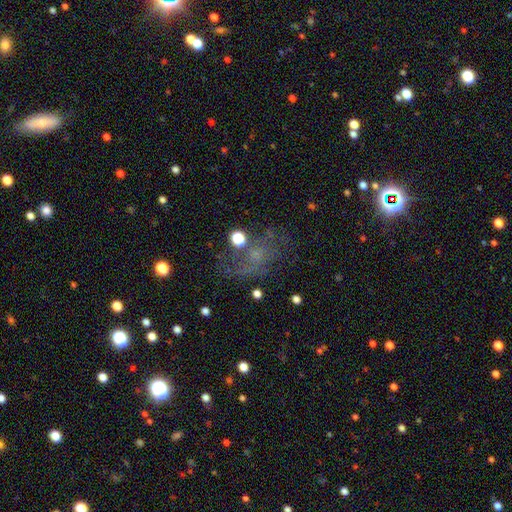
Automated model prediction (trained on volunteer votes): Morphology: type=featured or disk (41%); merging=none (49%).